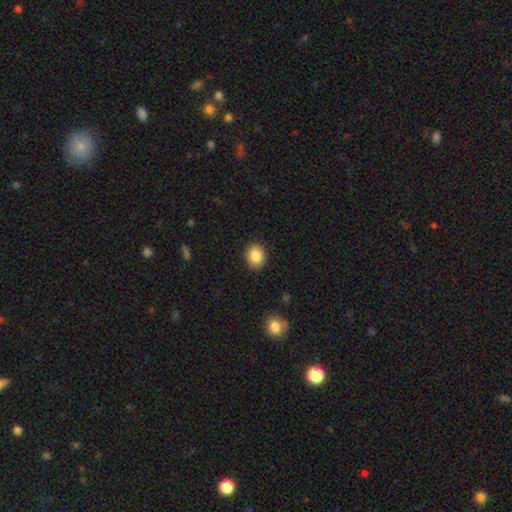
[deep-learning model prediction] Overall: smooth (86%). How rounded: round (56%; in between 43%). Merging: none (90%).